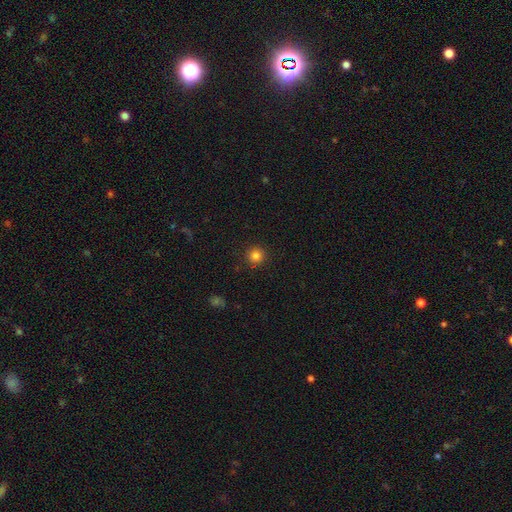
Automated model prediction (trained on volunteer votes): A smooth galaxy with no disk features (82%) that is round (95%).

Vote fractions:
- Smooth or featured? smooth: 82% / star or artifact: 13% / featured or disk: 4%
- How rounded? round: 95% / in between: 4% / cigar-shaped: 1%
- Merging? none: 91% / minor disturbance: 5% / major disturbance: 2% / merger: 1%